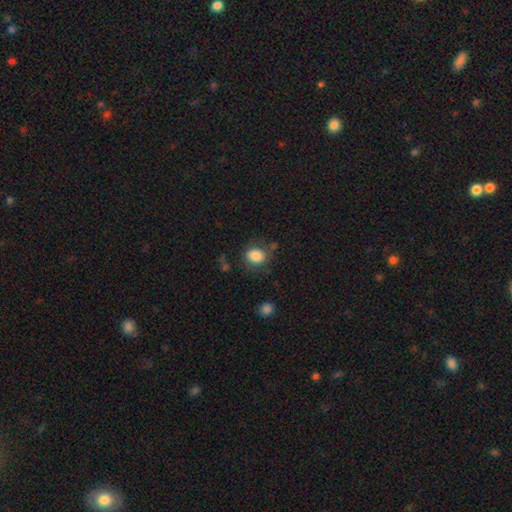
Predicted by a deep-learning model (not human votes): smooth-or-featured: smooth: 84% | star or artifact: 9% | featured or disk: 8%
  how-rounded: round: 61% | in between: 38% | cigar-shaped: 1%
  merging: none: 72% | minor disturbance: 17% | major disturbance: 7% | merger: 4%